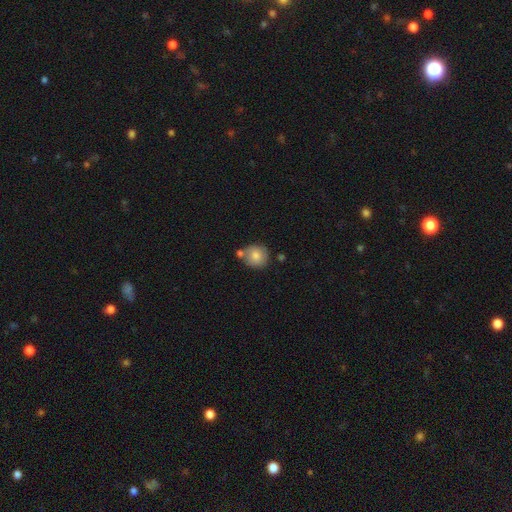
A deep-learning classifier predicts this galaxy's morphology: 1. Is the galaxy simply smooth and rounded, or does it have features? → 79% smooth, 13% featured or disk, 8% star or artifact.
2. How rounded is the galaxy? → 89% round, 10% in between, 1% cigar-shaped.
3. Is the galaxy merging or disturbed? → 64% none, 19% merger, 13% minor disturbance, 3% major disturbance.